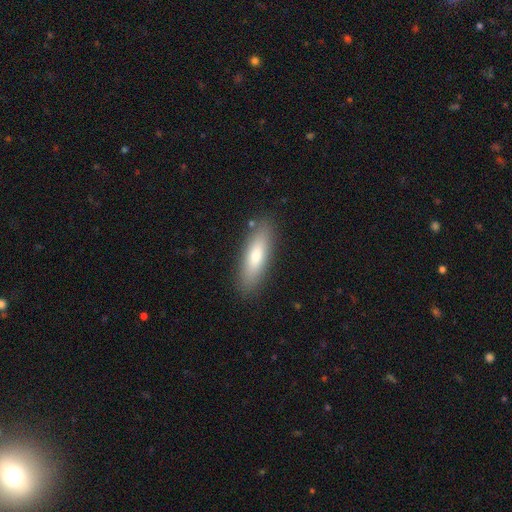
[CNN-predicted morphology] Q: Smooth or featured?
A: smooth (74%); runner-up: featured or disk (20%)
Q: How rounded?
A: cigar-shaped (52%); runner-up: in between (46%)
Q: Merging?
A: none (86%); runner-up: minor disturbance (10%)